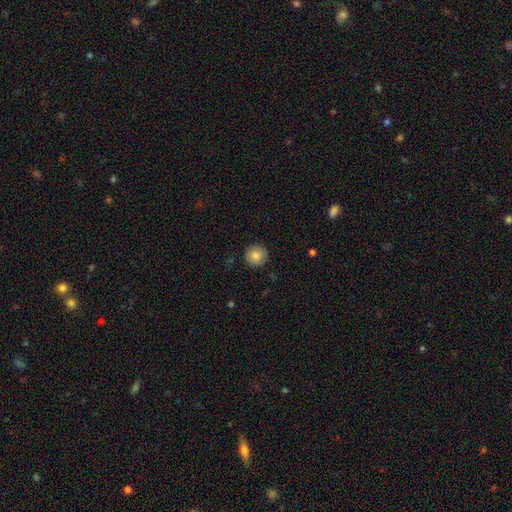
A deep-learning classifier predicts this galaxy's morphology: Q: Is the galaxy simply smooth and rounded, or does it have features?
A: smooth — 83%.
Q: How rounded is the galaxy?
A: round — 94%.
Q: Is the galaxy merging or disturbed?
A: none — 89%.